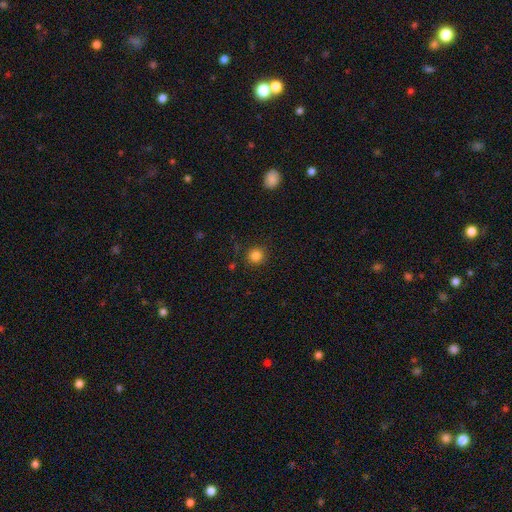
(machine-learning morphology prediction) Smooth or featured? smooth (84%)
How rounded? round (91%)
Merging? none (87%)